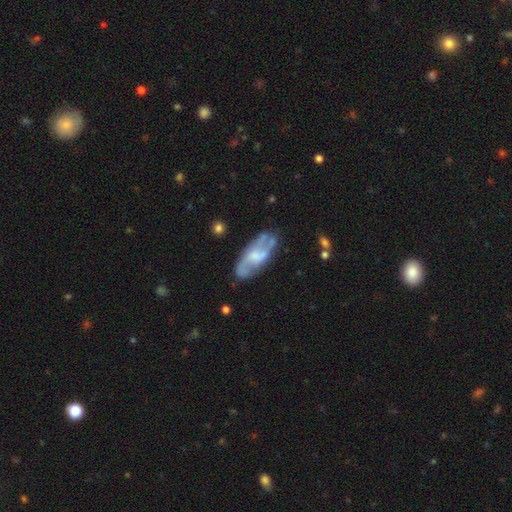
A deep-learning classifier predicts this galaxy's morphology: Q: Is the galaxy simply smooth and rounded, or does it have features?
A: featured or disk — 65%.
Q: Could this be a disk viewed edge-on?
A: no — 90%.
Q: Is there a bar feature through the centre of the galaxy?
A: no — 52%.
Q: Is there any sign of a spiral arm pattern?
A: yes — 72%.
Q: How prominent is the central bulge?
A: moderate — 39%.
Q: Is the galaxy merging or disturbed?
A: none — 66%.